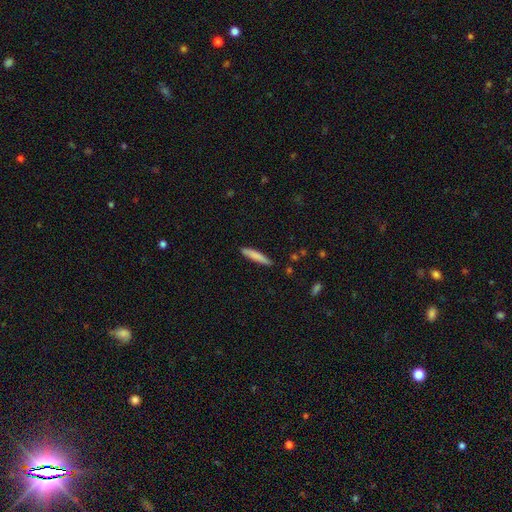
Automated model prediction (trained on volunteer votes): Smooth or featured? Predicted: smooth (p=0.79). How rounded? Predicted: cigar-shaped (p=0.90). Merging? Predicted: none (p=0.87).